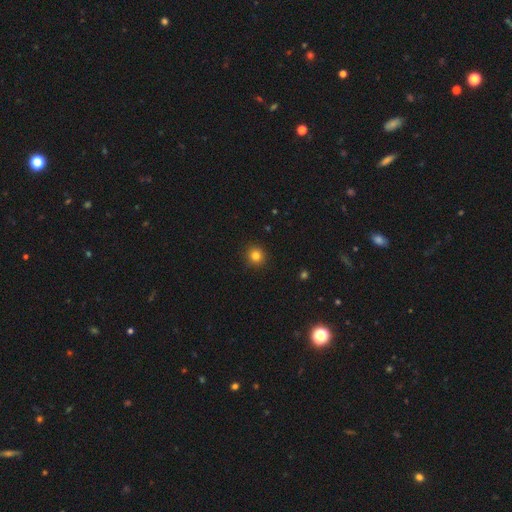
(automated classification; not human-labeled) A smooth galaxy with no disk features (82%) that is round (94%). Merging: none (93%).